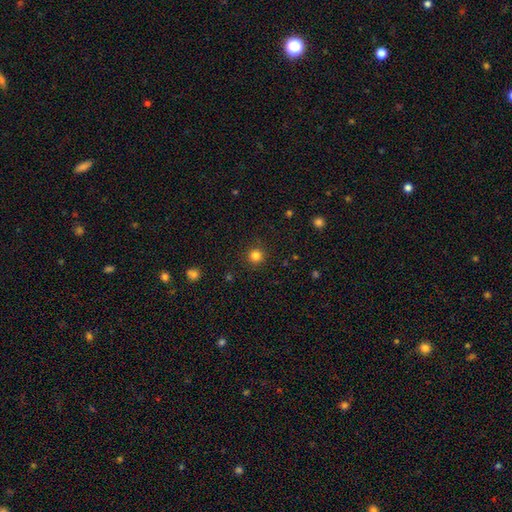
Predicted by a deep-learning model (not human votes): Smooth or featured: smooth — 83% (star or artifact — 13%)
How rounded: round — 95% (in between — 4%)
Merging: none — 91% (minor disturbance — 6%)